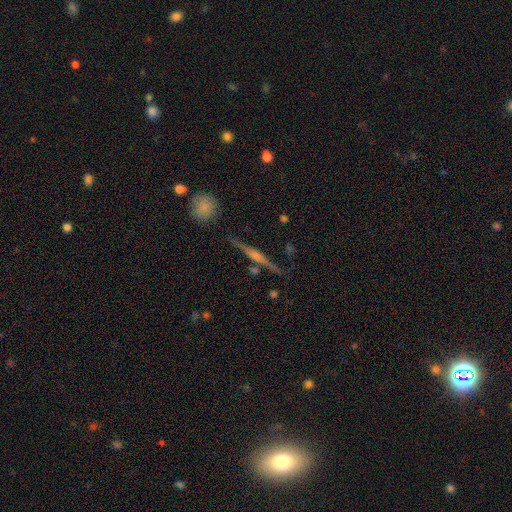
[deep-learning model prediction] The model was most divided on "edge-on bulge": rounded: 68%, boxy: 17%, none: 15%. More confident: edge-on disk — yes (98%); merging — none (88%); smooth or featured — featured or disk (77%).